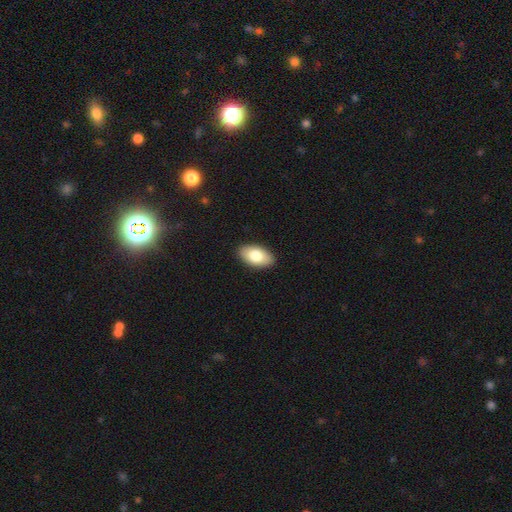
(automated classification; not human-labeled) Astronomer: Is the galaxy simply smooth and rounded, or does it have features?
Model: smooth — 80%.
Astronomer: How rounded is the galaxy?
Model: in between — 94%.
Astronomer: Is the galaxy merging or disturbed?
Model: none — 90%.